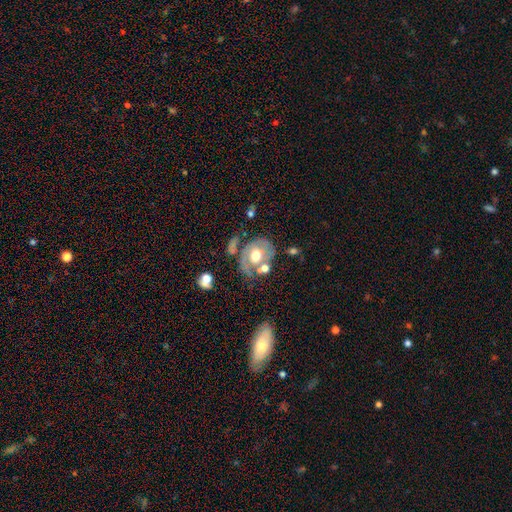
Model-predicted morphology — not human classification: Smooth or featured?
  - featured or disk: 60% *
  - smooth: 33%
  - star or artifact: 7%
Edge-on disk?
  - no: 95% *
  - yes: 5%
Bar?
  - no: 81% *
  - weak: 15%
  - strong: 4%
Spiral arms?
  - no: 53% *
  - yes: 47%
Bulge size?
  - moderate: 67% *
  - large: 23%
  - small: 7%
  - dominant: 2%
  - none: 1%
Merging?
  - none: 47% *
  - minor disturbance: 23%
  - merger: 15%
  - major disturbance: 15%